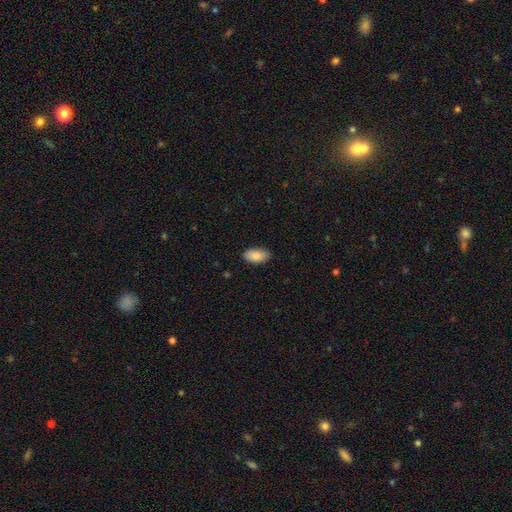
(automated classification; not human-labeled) smooth 88%, star or artifact 6%, featured or disk 6%. Down the decision tree: how rounded — in between (94%); merging — none (84%).